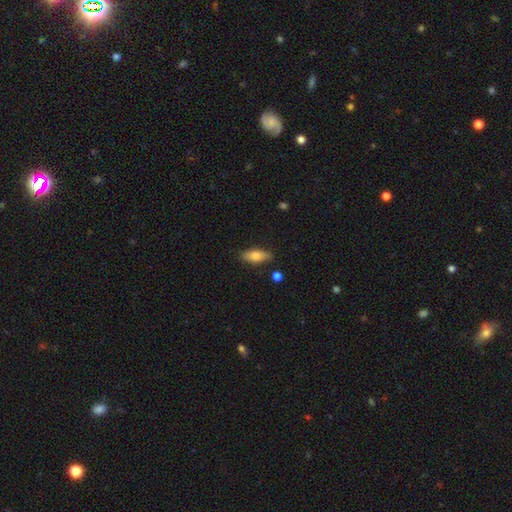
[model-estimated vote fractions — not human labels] Morphology: type=smooth (79%); roundness=in between (75%); merging=none (83%).